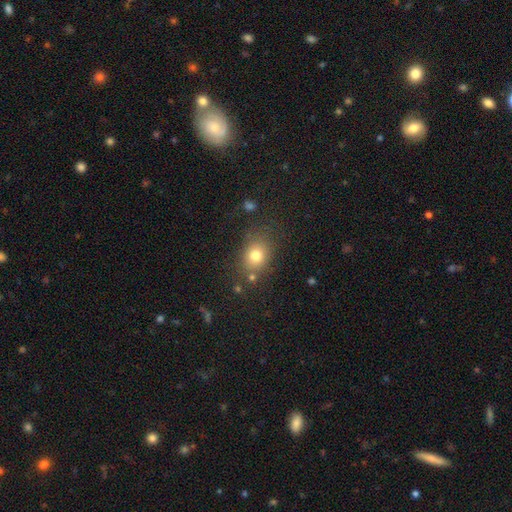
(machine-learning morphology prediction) This appears to be a smooth galaxy with no disk features (78%) that is in between round and cigar-shaped (53%). Merging: none (74%).